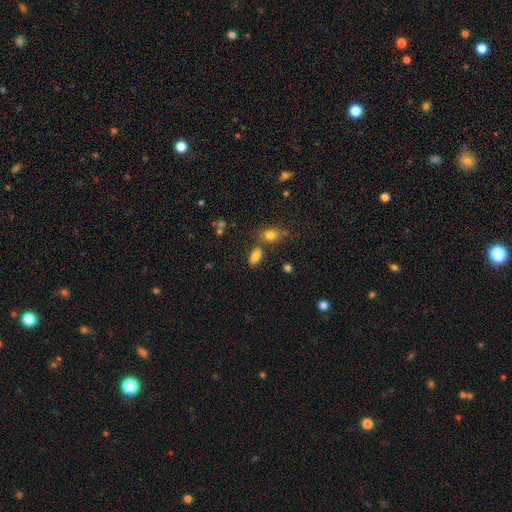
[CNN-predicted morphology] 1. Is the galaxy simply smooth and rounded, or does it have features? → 82% smooth, 10% star or artifact, 8% featured or disk.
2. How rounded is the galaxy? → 88% in between, 6% round, 6% cigar-shaped.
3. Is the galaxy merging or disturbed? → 71% none, 13% merger, 12% minor disturbance, 4% major disturbance.